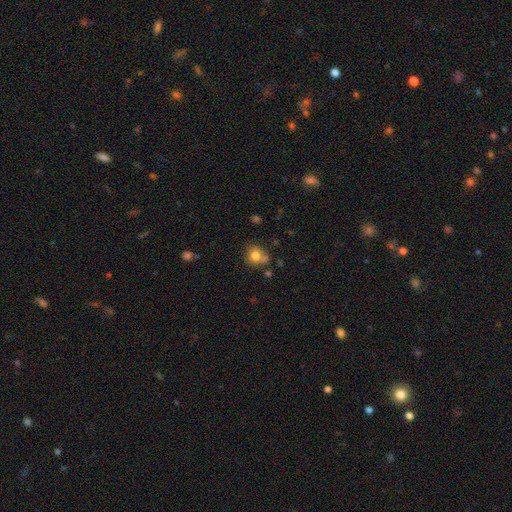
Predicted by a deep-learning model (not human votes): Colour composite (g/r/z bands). It shows a smooth galaxy with no disk features (79%) that is round (83%). Merging: none (61%).